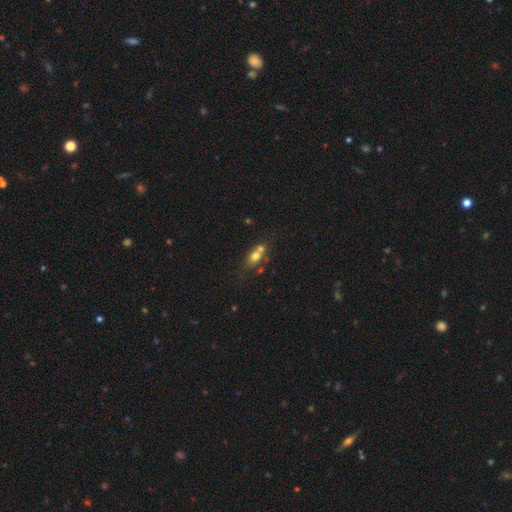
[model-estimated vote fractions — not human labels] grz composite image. It shows a smooth galaxy with no disk features (67%) that is in between round and cigar-shaped (59%). Merging: merger (48%).